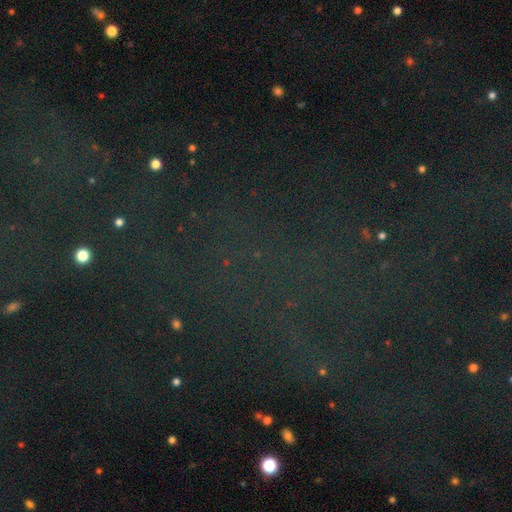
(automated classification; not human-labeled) Overall: star or artifact (78%).